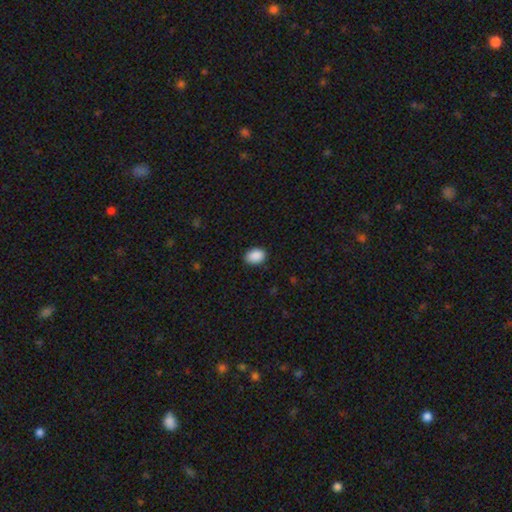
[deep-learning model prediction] A smooth galaxy with no disk features (90%) that is in between round and cigar-shaped (77%). Merging: none (87%).